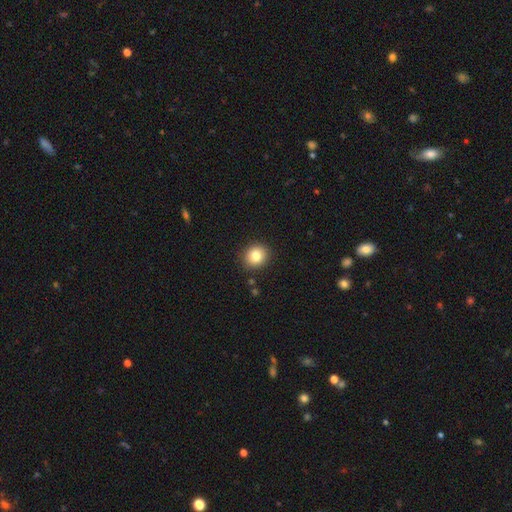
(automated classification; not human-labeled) Smooth or featured?
  - smooth: 82% *
  - star or artifact: 10%
  - featured or disk: 8%
How rounded?
  - round: 78% *
  - in between: 21%
  - cigar-shaped: 1%
Merging?
  - none: 90% *
  - minor disturbance: 7%
  - major disturbance: 2%
  - merger: 1%